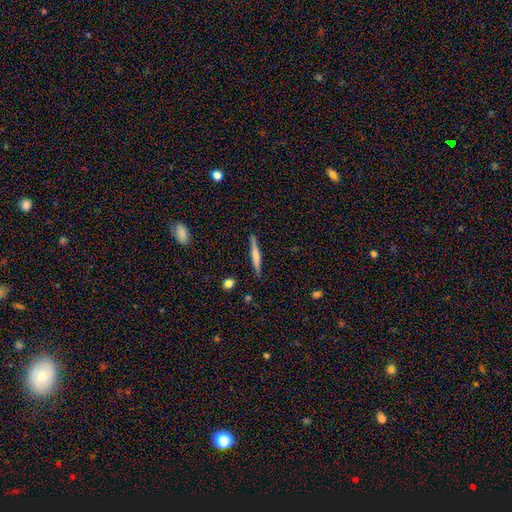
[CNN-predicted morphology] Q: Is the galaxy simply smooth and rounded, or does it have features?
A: featured or disk — 55%.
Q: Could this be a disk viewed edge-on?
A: yes — 97%.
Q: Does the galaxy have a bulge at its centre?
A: rounded — 65%.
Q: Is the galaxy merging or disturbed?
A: none — 89%.